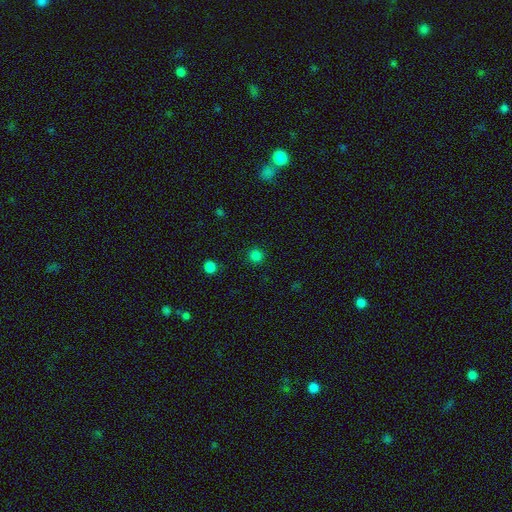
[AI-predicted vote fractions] Smooth or featured?
  - smooth: 81% *
  - star or artifact: 16%
  - featured or disk: 3%
How rounded?
  - round: 95% *
  - in between: 4%
  - cigar-shaped: 1%
Merging?
  - none: 91% *
  - minor disturbance: 5%
  - major disturbance: 2%
  - merger: 1%